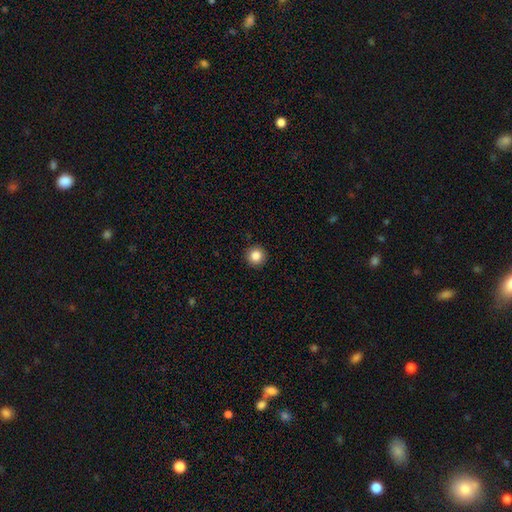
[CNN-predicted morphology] Q: Smooth or featured?
A: smooth (85%); runner-up: star or artifact (10%)
Q: How rounded?
A: round (95%); runner-up: in between (4%)
Q: Merging?
A: none (93%); runner-up: minor disturbance (5%)